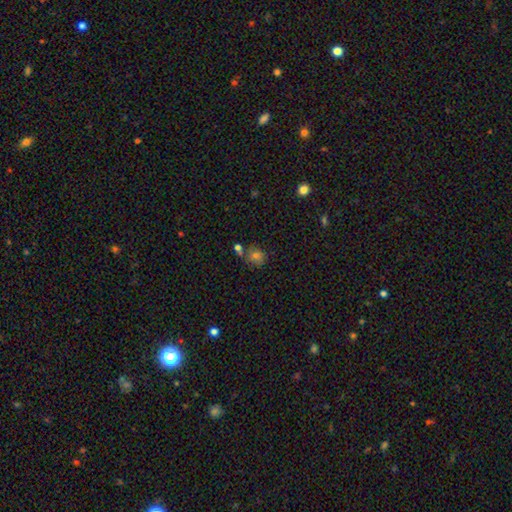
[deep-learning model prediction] Q: Smooth or featured?
A: smooth (67%); runner-up: star or artifact (20%)
Q: How rounded?
A: round (78%); runner-up: in between (21%)
Q: Merging?
A: none (63%); runner-up: merger (17%)